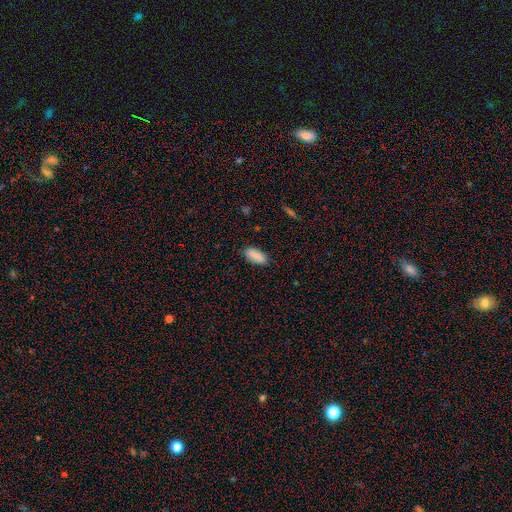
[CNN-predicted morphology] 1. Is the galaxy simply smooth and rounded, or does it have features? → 88% smooth, 7% star or artifact, 5% featured or disk.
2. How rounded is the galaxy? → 87% in between, 10% cigar-shaped, 2% round.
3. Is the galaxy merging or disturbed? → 85% none, 11% minor disturbance, 2% major disturbance, 1% merger.